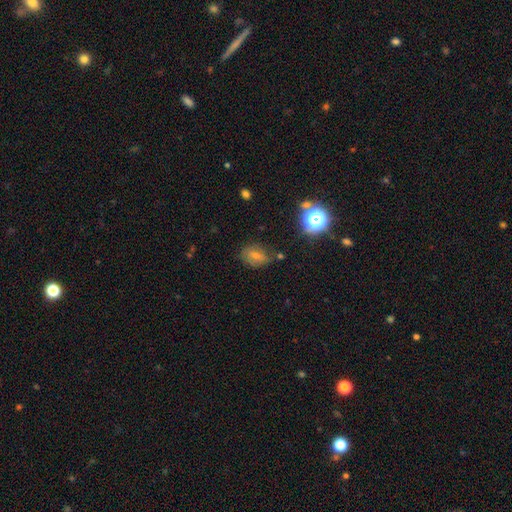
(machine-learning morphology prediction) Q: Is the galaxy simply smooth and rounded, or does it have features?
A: smooth — 62%.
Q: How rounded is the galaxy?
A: in between — 74%.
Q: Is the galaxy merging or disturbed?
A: none — 63%.